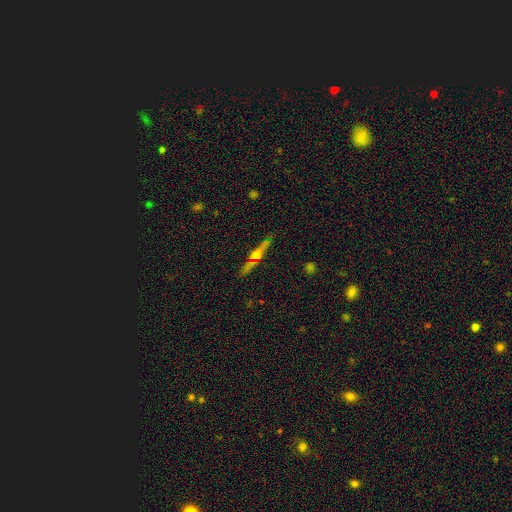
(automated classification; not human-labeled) Smooth or featured? Predicted: featured or disk (p=0.61). Edge-on disk? Predicted: yes (p=0.96). Edge-on bulge? Predicted: rounded (p=0.83). Merging? Predicted: none (p=0.83).